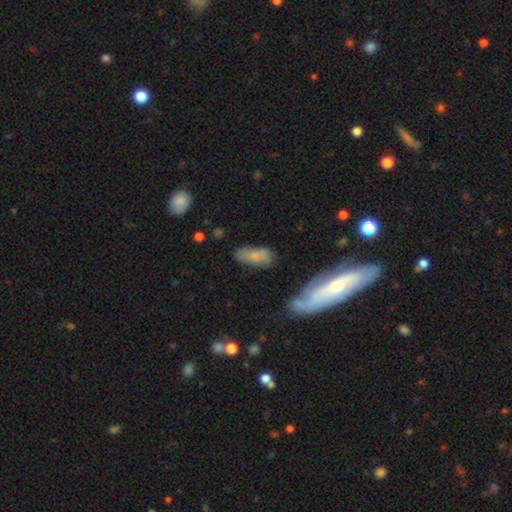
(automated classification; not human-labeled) smooth_or_featured: smooth (p=0.65) [alt: featured or disk p=0.25]
how_rounded: in between (p=0.79) [alt: cigar-shaped p=0.18]
merging: none (p=0.58) [alt: minor disturbance p=0.23]